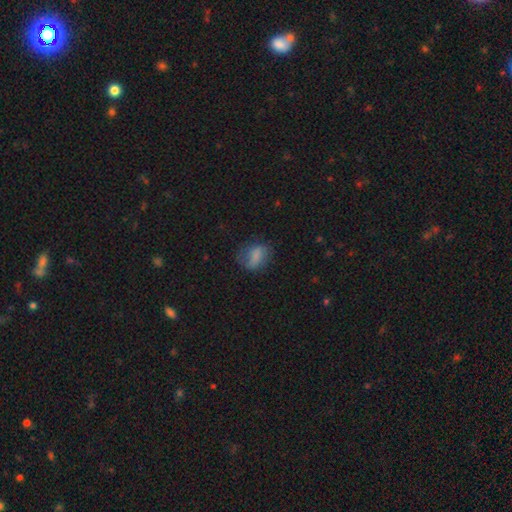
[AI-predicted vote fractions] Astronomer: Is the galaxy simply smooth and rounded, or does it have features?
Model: smooth — 69%.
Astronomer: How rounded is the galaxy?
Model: in between — 72%.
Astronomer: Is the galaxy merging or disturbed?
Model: none — 62%.